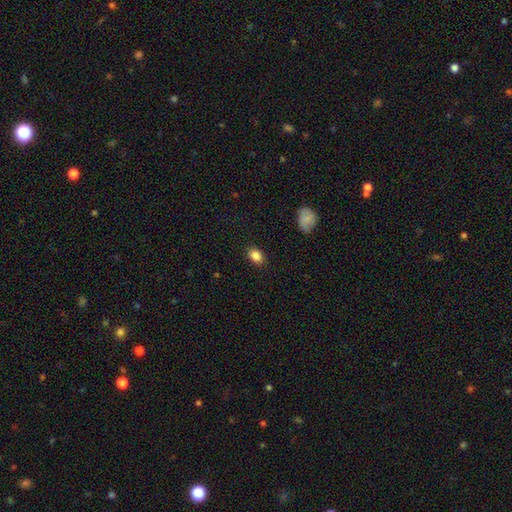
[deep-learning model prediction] The model was most divided on "how rounded": in between: 67%, round: 32%, cigar-shaped: 1%. More confident: merging — none (87%); smooth or featured — smooth (86%).